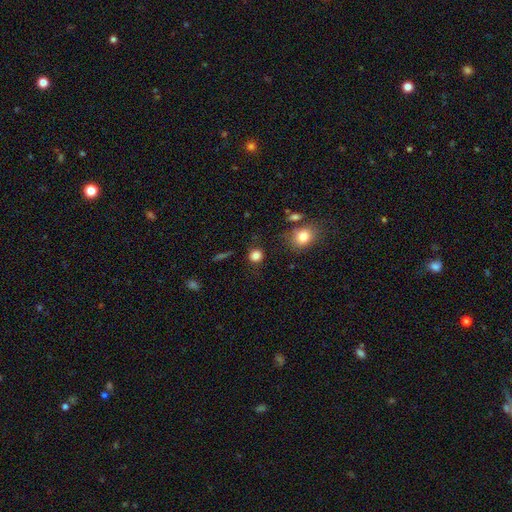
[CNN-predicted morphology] type=smooth (84%); roundness=round (87%); merging=none (83%).